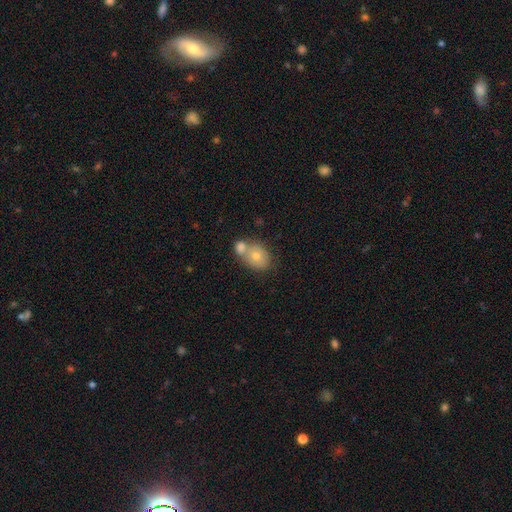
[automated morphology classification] Smooth or featured?
  - smooth: 71% *
  - featured or disk: 20%
  - star or artifact: 9%
How rounded?
  - in between: 58% *
  - round: 41%
  - cigar-shaped: 1%
Merging?
  - merger: 54% *
  - none: 32%
  - minor disturbance: 11%
  - major disturbance: 4%